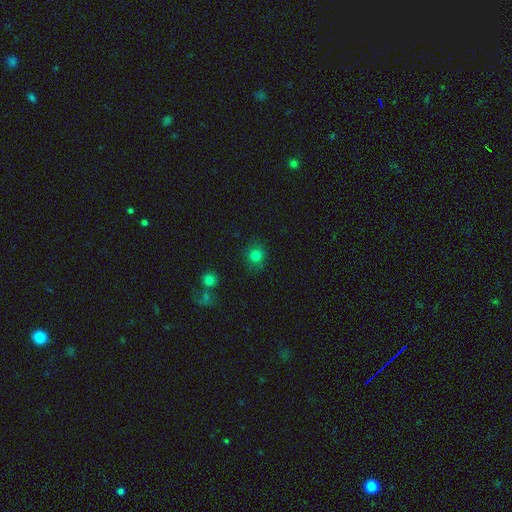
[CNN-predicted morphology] Smooth or featured: smooth — 79% (star or artifact — 14%)
How rounded: round — 86% (in between — 13%)
Merging: none — 84% (minor disturbance — 10%)